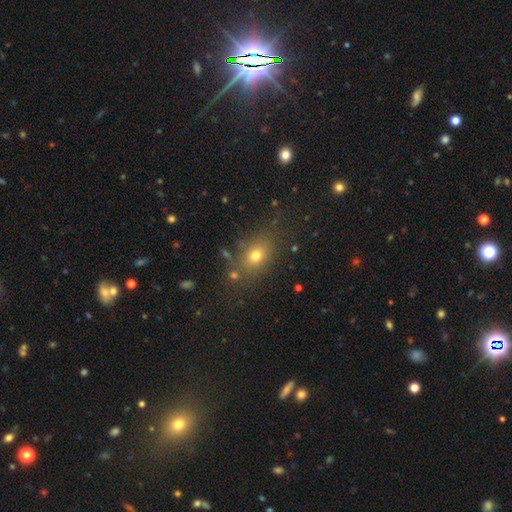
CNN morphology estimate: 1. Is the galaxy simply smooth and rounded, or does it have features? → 70% smooth, 17% star or artifact, 13% featured or disk.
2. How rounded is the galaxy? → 65% in between, 32% round, 3% cigar-shaped.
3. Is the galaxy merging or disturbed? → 78% none, 12% minor disturbance, 5% major disturbance, 5% merger.